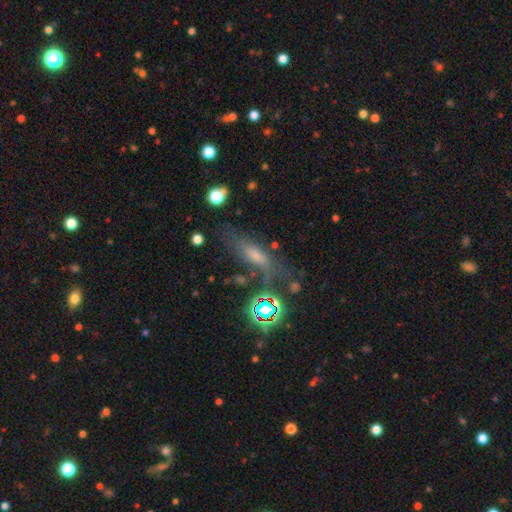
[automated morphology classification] smooth-or-featured: smooth: 53% | featured or disk: 28% | star or artifact: 19%
  how-rounded: cigar-shaped: 50% | in between: 45% | round: 5%
  merging: none: 61% | minor disturbance: 21% | major disturbance: 12% | merger: 7%